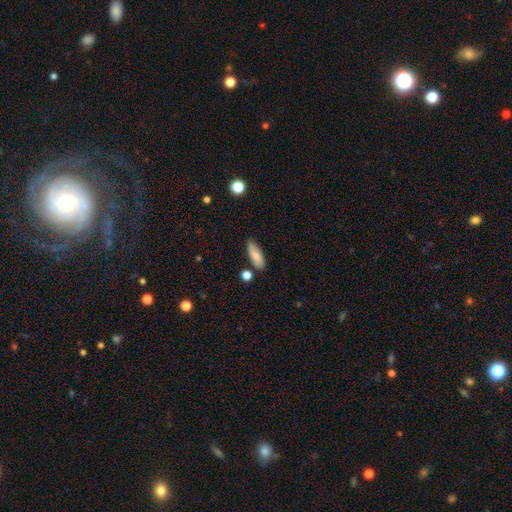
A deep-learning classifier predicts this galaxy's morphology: Smooth or featured? Predicted: smooth (p=0.84). How rounded? Predicted: in between (p=0.64). Merging? Predicted: none (p=0.77).